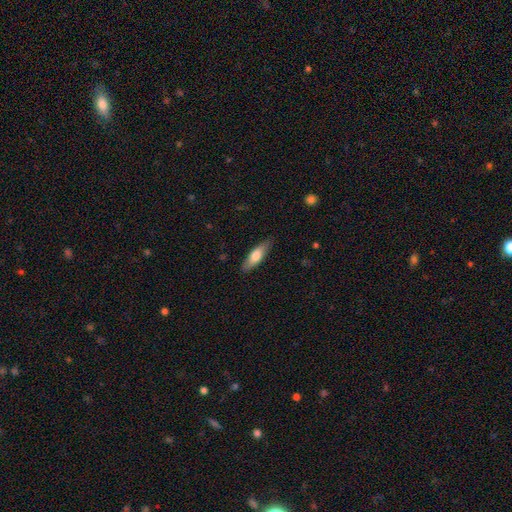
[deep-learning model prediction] This is likely a smooth galaxy (67%). How rounded: possibly cigar-shaped (56%). Merging: clearly none (86%).